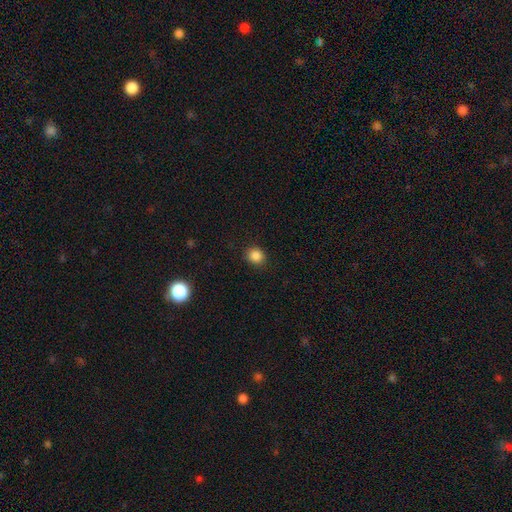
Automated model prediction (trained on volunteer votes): This appears to be a smooth galaxy with no disk features (85%) that is round (81%). Merging: none (89%).